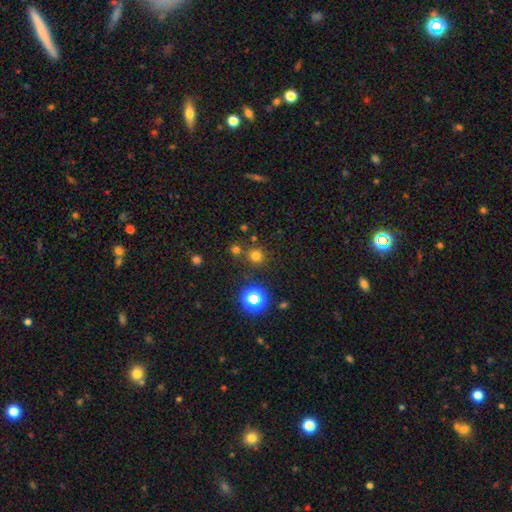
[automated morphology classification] A smooth galaxy with no disk features (67%) that is round (92%). Merging: none (78%).